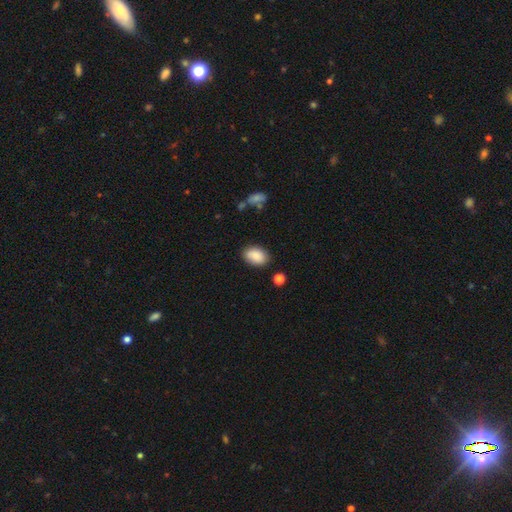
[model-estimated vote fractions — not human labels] Smooth or featured? smooth (87%)
How rounded? in between (88%)
Merging? none (81%)